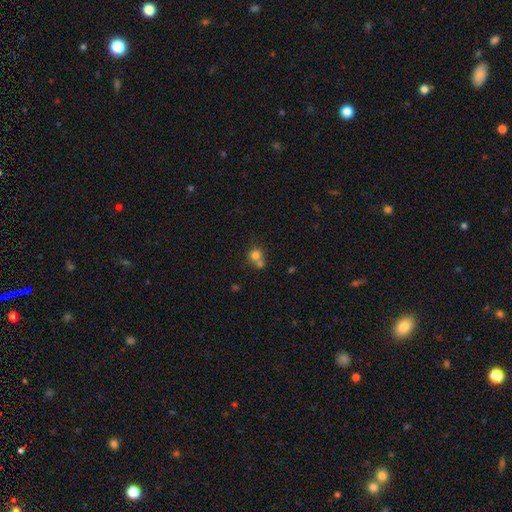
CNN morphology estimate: Smooth or featured? Predicted: smooth (p=0.76). How rounded? Predicted: round (p=0.85). Merging? Predicted: merger (p=0.47).